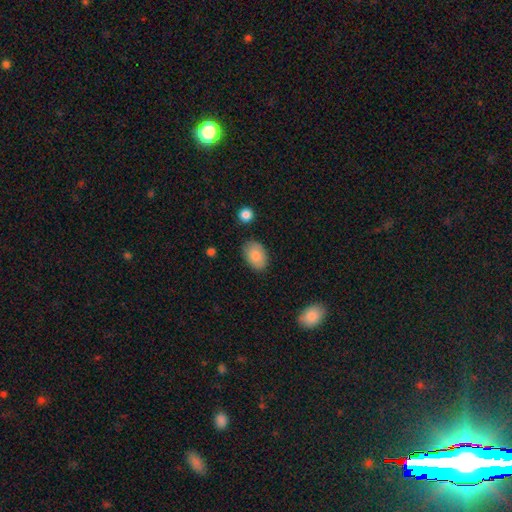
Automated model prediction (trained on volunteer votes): This is clearly a smooth galaxy (84%). How rounded: clearly in between (86%). Merging: clearly none (82%).